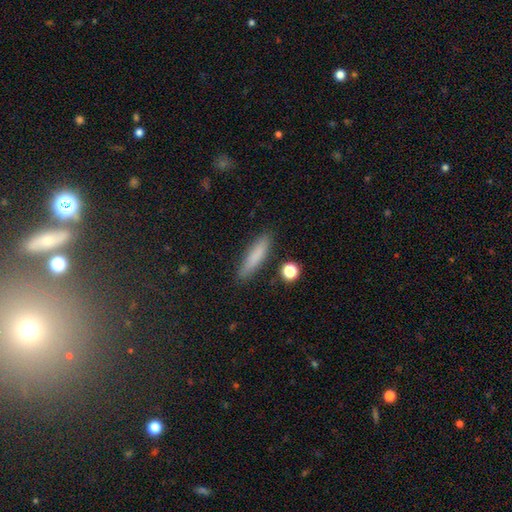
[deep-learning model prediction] Smooth or featured?
  - smooth: 79% *
  - featured or disk: 12%
  - star or artifact: 8%
How rounded?
  - cigar-shaped: 78% *
  - in between: 19%
  - round: 2%
Merging?
  - none: 85% *
  - minor disturbance: 10%
  - major disturbance: 3%
  - merger: 2%